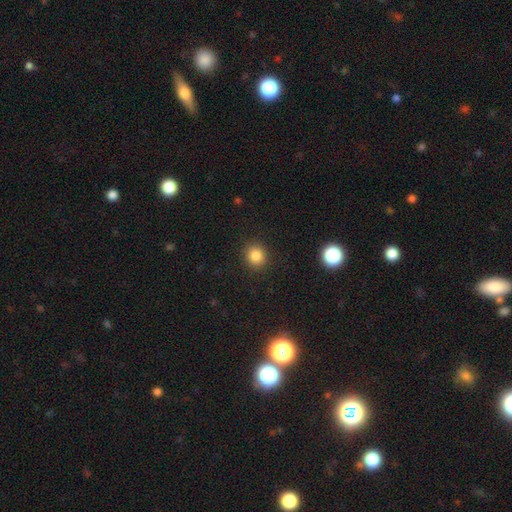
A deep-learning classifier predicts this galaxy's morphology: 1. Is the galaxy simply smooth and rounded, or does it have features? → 84% smooth, 12% star or artifact, 5% featured or disk.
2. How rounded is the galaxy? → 86% round, 13% in between, 1% cigar-shaped.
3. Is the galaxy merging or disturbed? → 90% none, 6% minor disturbance, 2% major disturbance, 1% merger.